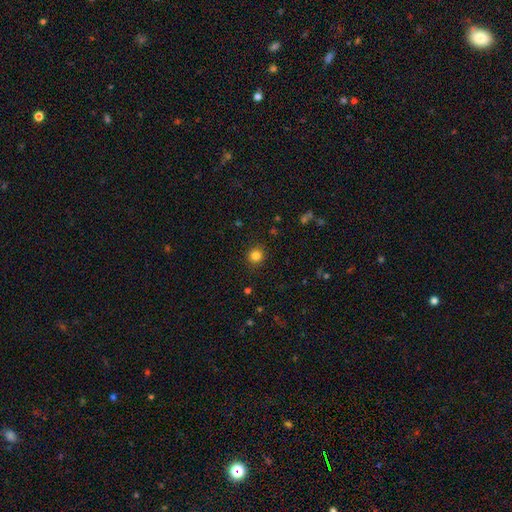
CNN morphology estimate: Smooth or featured?
  - smooth: 83% *
  - star or artifact: 13%
  - featured or disk: 4%
How rounded?
  - round: 91% *
  - in between: 8%
  - cigar-shaped: 1%
Merging?
  - none: 90% *
  - minor disturbance: 6%
  - major disturbance: 2%
  - merger: 1%